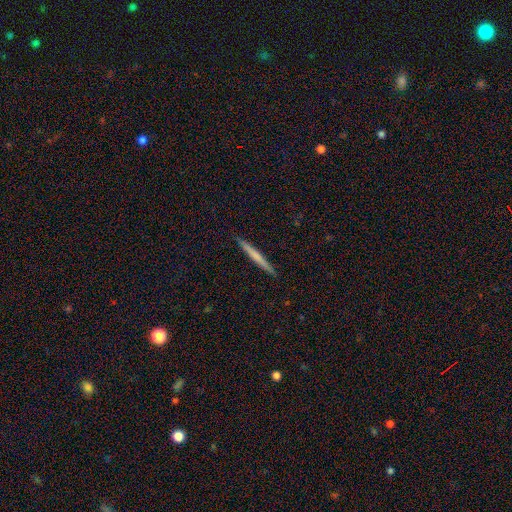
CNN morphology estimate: A smooth galaxy with no disk features (56%) that is cigar-shaped (97%).

Vote fractions:
- Smooth or featured? smooth: 56% / featured or disk: 38% / star or artifact: 6%
- How rounded? cigar-shaped: 97% / in between: 2% / round: 1%
- Merging? none: 92% / minor disturbance: 6% / major disturbance: 1% / merger: 1%